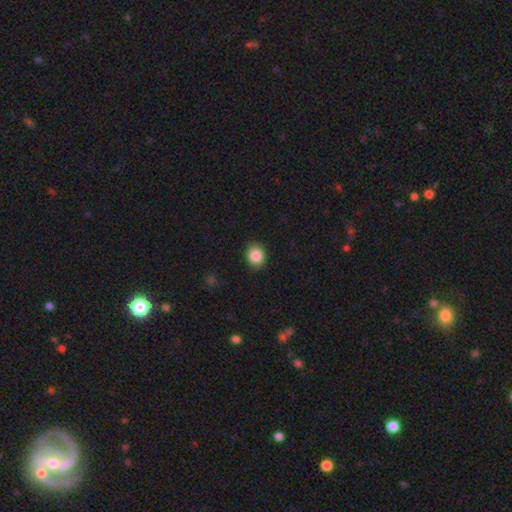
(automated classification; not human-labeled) smooth_or_featured: smooth (p=0.86) [alt: star or artifact p=0.09]
how_rounded: round (p=0.62) [alt: in between p=0.37]
merging: none (p=0.89) [alt: minor disturbance p=0.08]